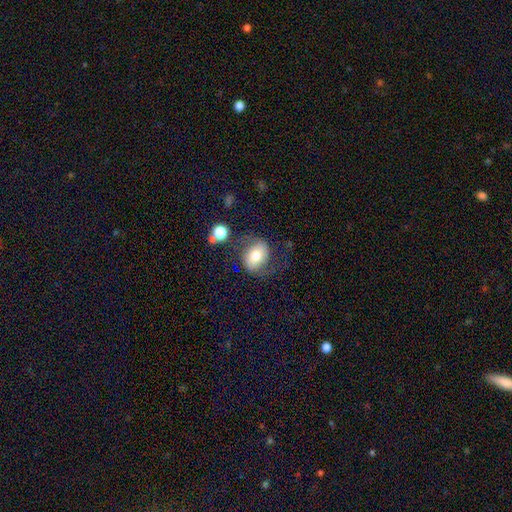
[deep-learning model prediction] A smooth galaxy with no disk features (54%) that is in between round and cigar-shaped (63%). Merging: none (59%).